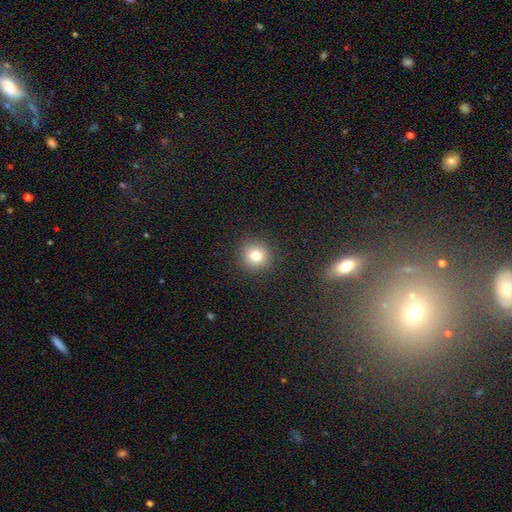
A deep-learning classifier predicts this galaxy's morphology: Smooth or featured?
  - smooth: 79% *
  - star or artifact: 13%
  - featured or disk: 8%
How rounded?
  - round: 92% *
  - in between: 7%
  - cigar-shaped: 1%
Merging?
  - none: 91% *
  - minor disturbance: 6%
  - major disturbance: 3%
  - merger: 1%